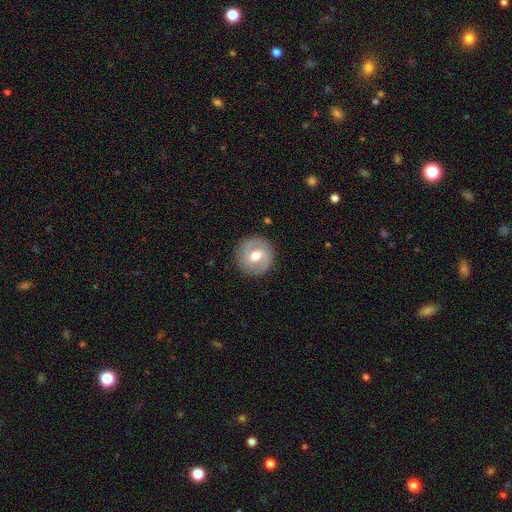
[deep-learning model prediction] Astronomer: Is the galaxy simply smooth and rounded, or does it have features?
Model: featured or disk — 65%.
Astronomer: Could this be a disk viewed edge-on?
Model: no — 97%.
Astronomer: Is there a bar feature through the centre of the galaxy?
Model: weak — 50% (runner-up: no, 29%).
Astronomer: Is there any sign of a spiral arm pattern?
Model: yes — 76%.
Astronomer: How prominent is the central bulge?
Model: moderate — 76%.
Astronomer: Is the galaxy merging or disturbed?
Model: none — 87%.